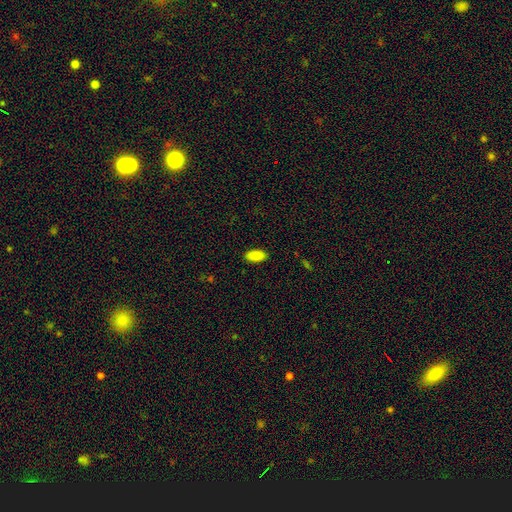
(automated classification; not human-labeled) smooth_or_featured: smooth (p=0.89) [alt: star or artifact p=0.07]
how_rounded: in between (p=0.92) [alt: cigar-shaped p=0.05]
merging: none (p=0.89) [alt: minor disturbance p=0.08]